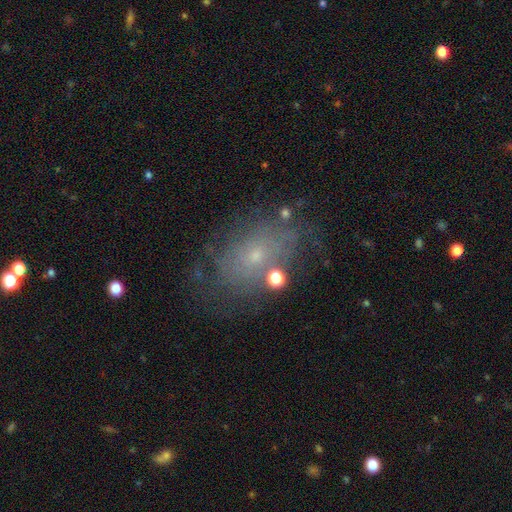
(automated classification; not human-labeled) Smooth or featured?
  - featured or disk: 51% *
  - smooth: 32%
  - star or artifact: 17%
Edge-on disk?
  - no: 94% *
  - yes: 6%
Merging?
  - none: 69% *
  - minor disturbance: 18%
  - major disturbance: 9%
  - merger: 4%